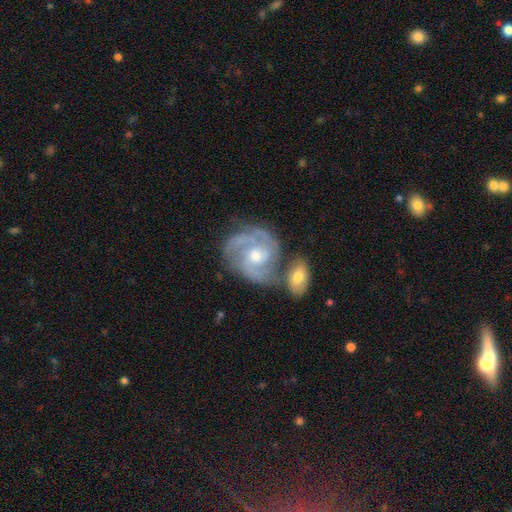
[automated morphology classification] Q: Smooth or featured?
A: featured or disk (87%); runner-up: smooth (8%)
Q: Edge-on disk?
A: no (97%); runner-up: yes (3%)
Q: Bar?
A: no (63%); runner-up: weak (30%)
Q: Spiral arms?
A: yes (96%); runner-up: no (4%)
Q: Spiral winding?
A: tight (57%); runner-up: medium (36%)
Q: Spiral arm count?
A: 3 (39%); runner-up: 2 (27%)
Q: Bulge size?
A: moderate (58%); runner-up: small (38%)
Q: Merging?
A: none (47%); runner-up: merger (31%)